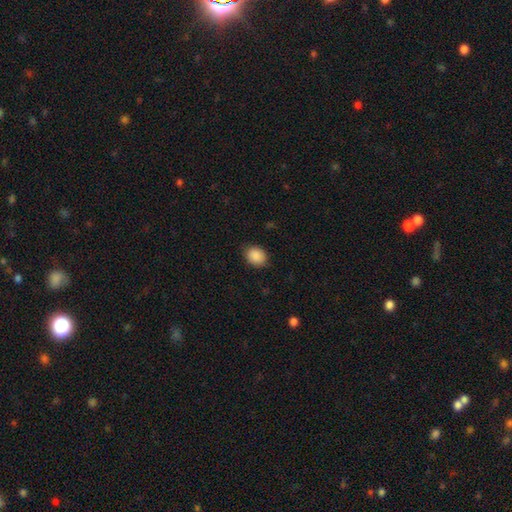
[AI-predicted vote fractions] This appears to be a smooth galaxy with no disk features (89%) that is in between round and cigar-shaped (50%). Merging: none (84%).